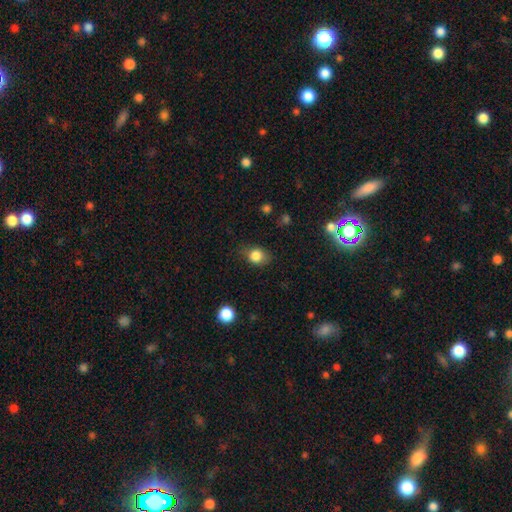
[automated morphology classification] smooth-or-featured: smooth: 83% | star or artifact: 10% | featured or disk: 7%
  how-rounded: round: 56% | in between: 43% | cigar-shaped: 1%
  merging: none: 71% | minor disturbance: 21% | major disturbance: 6% | merger: 1%